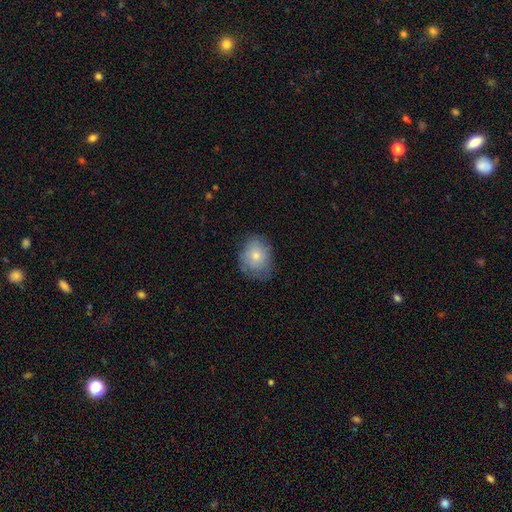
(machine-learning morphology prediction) Smooth or featured? Predicted: smooth (p=0.73). How rounded? Predicted: round (p=0.54). Merging? Predicted: none (p=0.64).